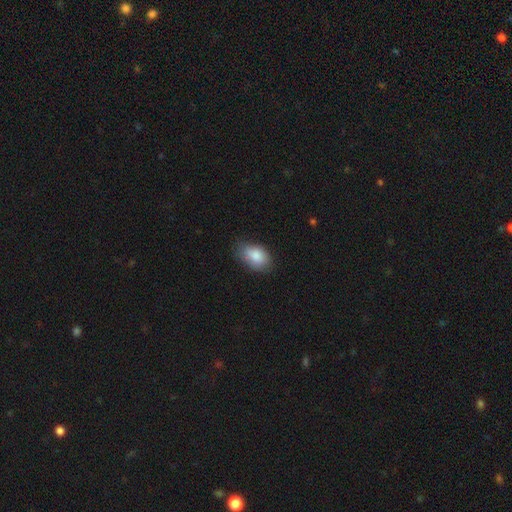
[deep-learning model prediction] A smooth galaxy with no disk features (85%) that is in between round and cigar-shaped (89%). Merging: none (67%).